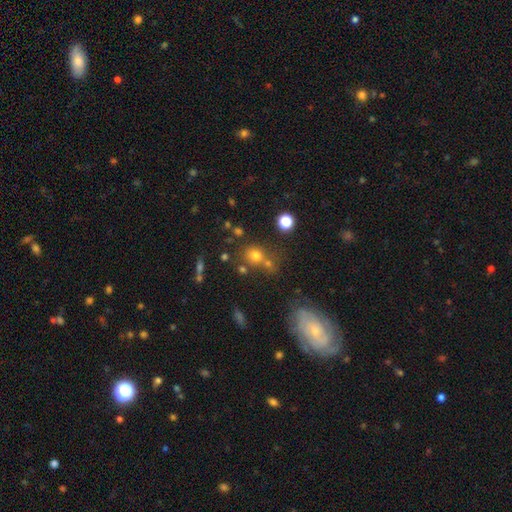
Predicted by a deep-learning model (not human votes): A smooth galaxy with no disk features (70%) that is round (78%).

Vote fractions:
- Smooth or featured? smooth: 70% / star or artifact: 20% / featured or disk: 10%
- How rounded? round: 78% / in between: 20% / cigar-shaped: 1%
- Merging? none: 58% / merger: 24% / minor disturbance: 12% / major disturbance: 6%